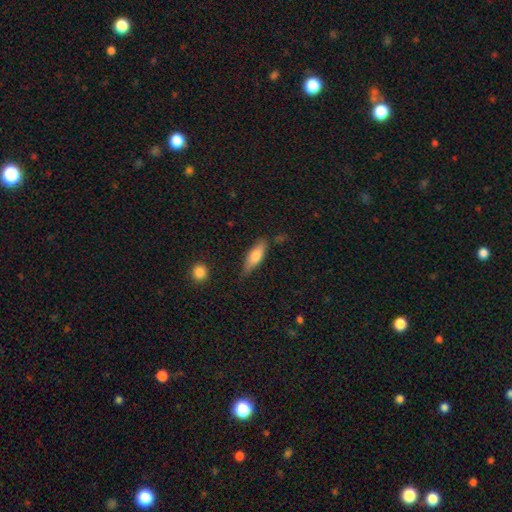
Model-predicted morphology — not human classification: This is likely a smooth galaxy (71%). How rounded: possibly in between (52%). Merging: likely none (76%).